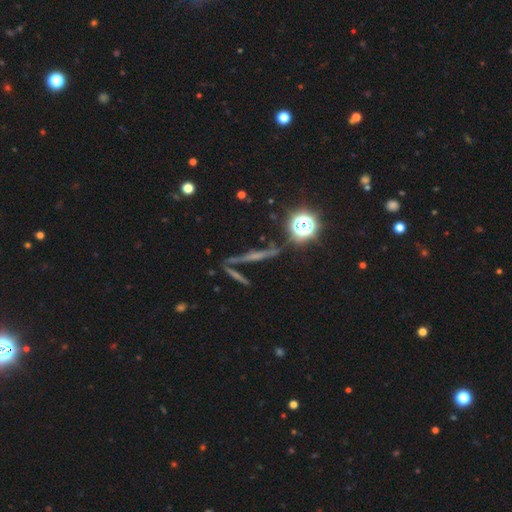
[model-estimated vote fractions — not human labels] smooth-or-featured: featured or disk: 50% | star or artifact: 28% | smooth: 23%
  merging: none: 71% | minor disturbance: 12% | merger: 11% | major disturbance: 6%